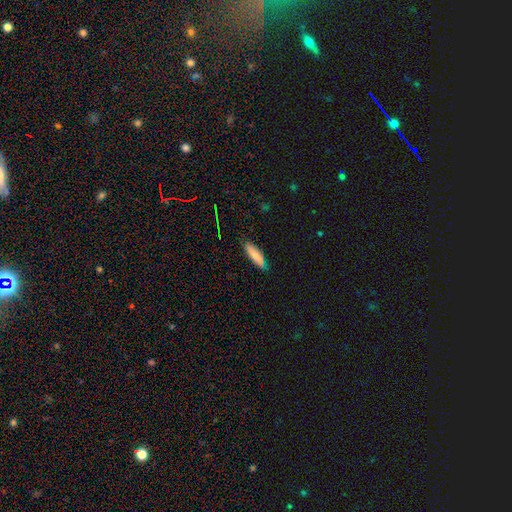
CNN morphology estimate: A smooth galaxy with no disk features (80%) that is cigar-shaped (55%). Merging: none (82%).